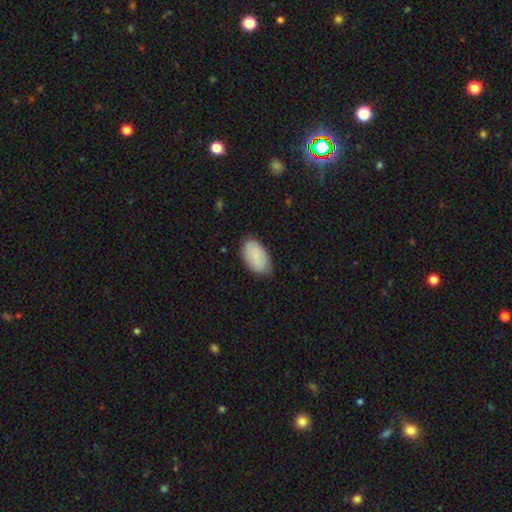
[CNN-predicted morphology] Smooth or featured? smooth (83%)
How rounded? in between (95%)
Merging? none (82%)